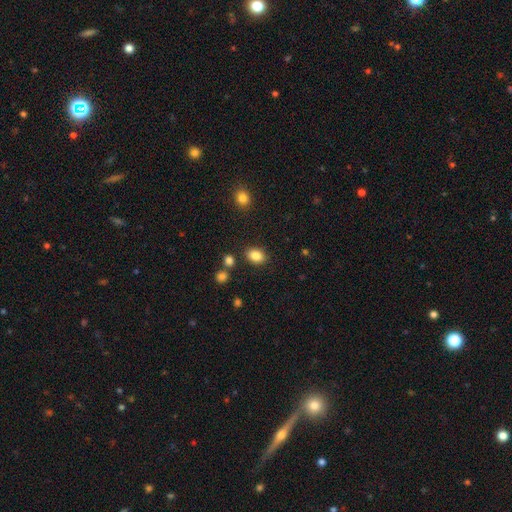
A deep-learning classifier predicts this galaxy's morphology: The model was most divided on "how rounded": in between: 73%, round: 26%, cigar-shaped: 1%. More confident: smooth or featured — smooth (85%); merging — none (84%).